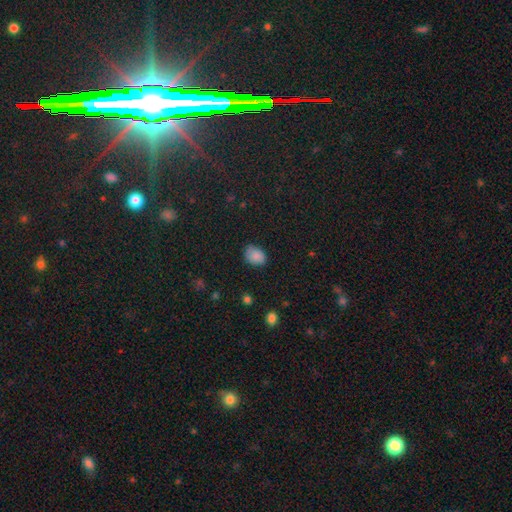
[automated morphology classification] Q: Smooth or featured?
A: smooth (86%); runner-up: star or artifact (10%)
Q: How rounded?
A: in between (74%); runner-up: round (25%)
Q: Merging?
A: none (74%); runner-up: minor disturbance (21%)